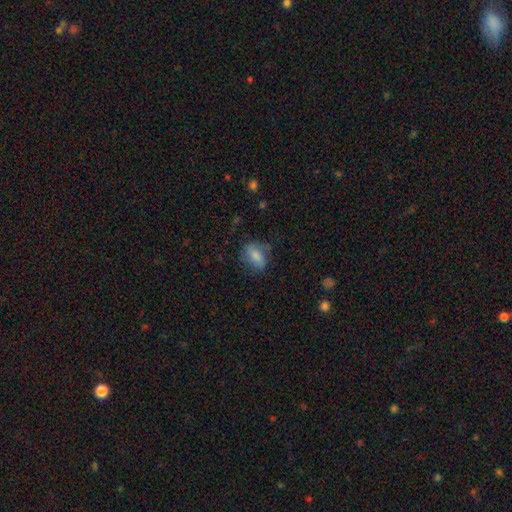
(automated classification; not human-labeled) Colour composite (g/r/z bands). It shows a smooth galaxy with no disk features (75%) that is in between round and cigar-shaped (79%). Merging: none (65%).